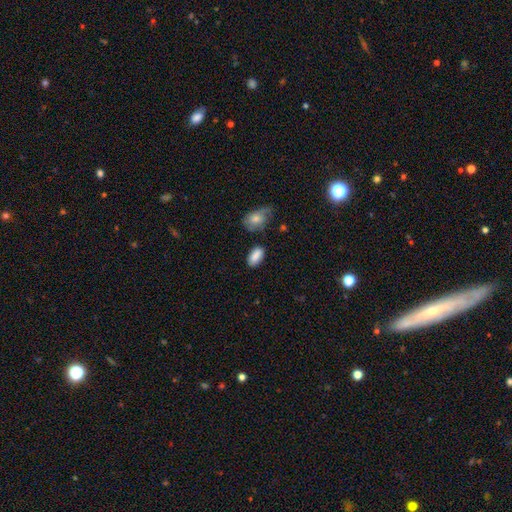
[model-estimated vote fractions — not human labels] Smooth or featured?
  - smooth: 88% *
  - star or artifact: 7%
  - featured or disk: 6%
How rounded?
  - in between: 94% *
  - round: 4%
  - cigar-shaped: 3%
Merging?
  - none: 79% *
  - minor disturbance: 15%
  - major disturbance: 3%
  - merger: 3%